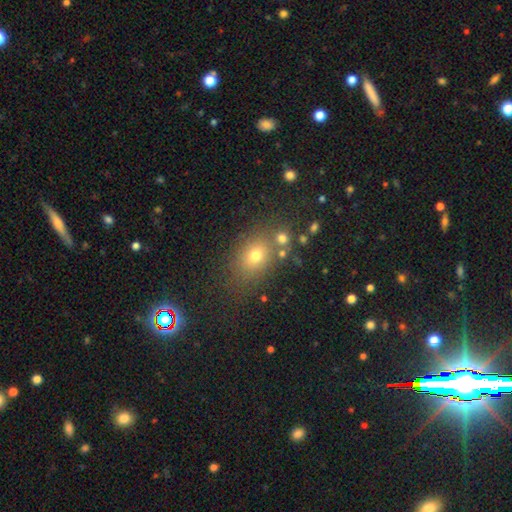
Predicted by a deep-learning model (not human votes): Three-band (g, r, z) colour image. It shows a smooth galaxy with no disk features (64%) that is in between round and cigar-shaped (52%). Merging: none (72%).